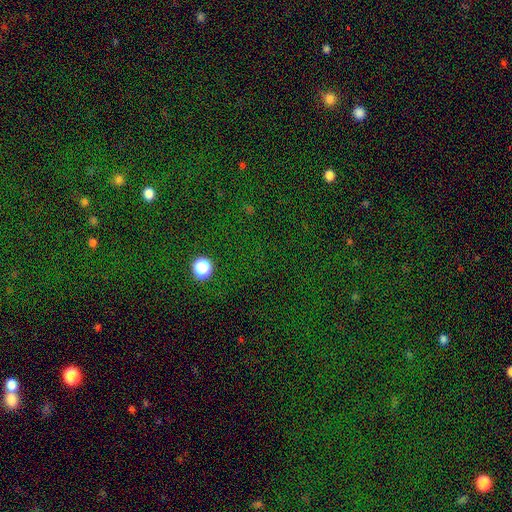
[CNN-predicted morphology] star or artifact 79%, smooth 14%, featured or disk 8%.